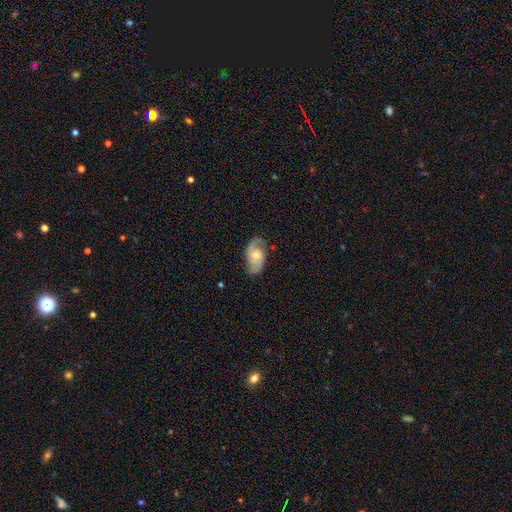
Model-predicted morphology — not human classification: Overall: featured or disk (81%). Edge-on disk: no (97%). Bar: no (58%; weak 36%). Spiral arms: yes (95%). Spiral arm count: 2 (87%). Spiral winding: medium (51%; tight 26%). Bulge size: moderate (56%; small 37%). Merging: none (74%).